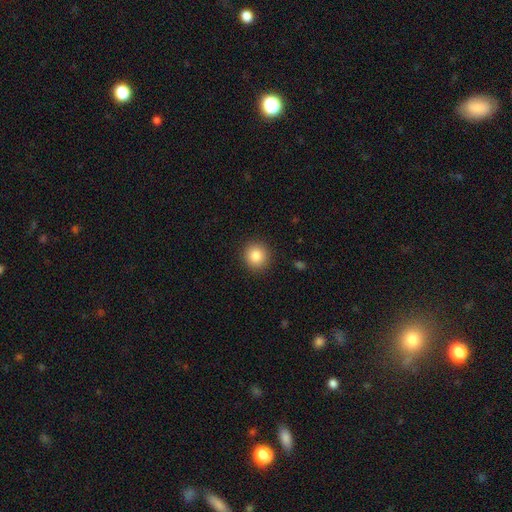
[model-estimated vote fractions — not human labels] A smooth galaxy with no disk features (85%) that is round (91%).

Vote fractions:
- Smooth or featured? smooth: 85% / star or artifact: 10% / featured or disk: 5%
- How rounded? round: 91% / in between: 8% / cigar-shaped: 1%
- Merging? none: 91% / minor disturbance: 6% / major disturbance: 2% / merger: 1%